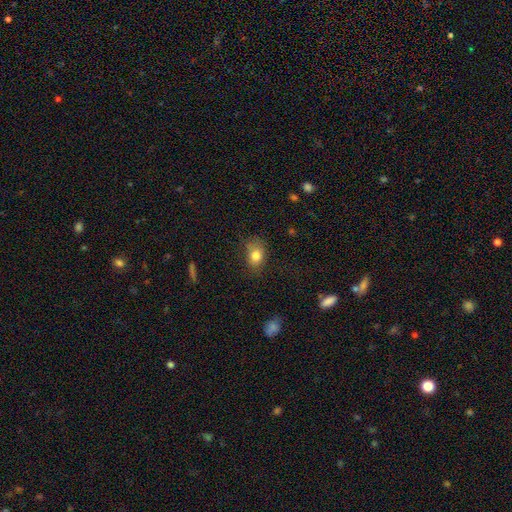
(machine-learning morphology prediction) smooth-or-featured: smooth: 80% | star or artifact: 10% | featured or disk: 10%
  how-rounded: in between: 65% | round: 33% | cigar-shaped: 1%
  merging: none: 66% | minor disturbance: 24% | major disturbance: 8% | merger: 2%